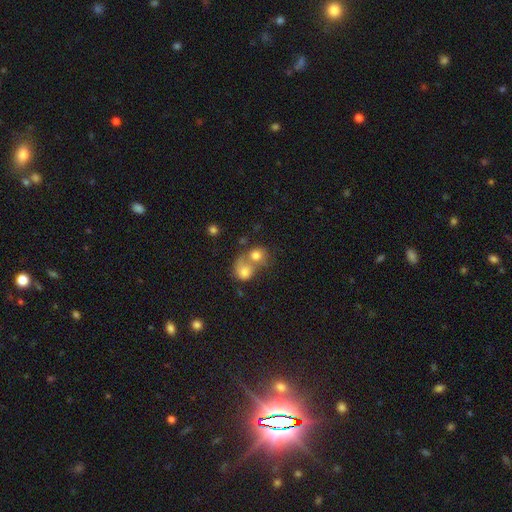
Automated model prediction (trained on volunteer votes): Smooth or featured? star or artifact (53%)